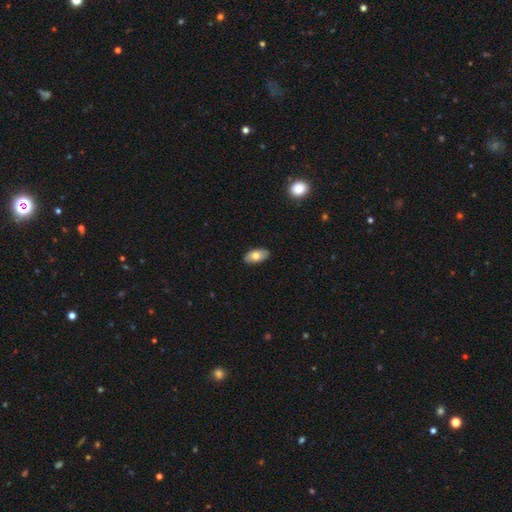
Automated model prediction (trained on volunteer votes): Overall: smooth (72%). How rounded: in between (94%). Merging: none (87%).